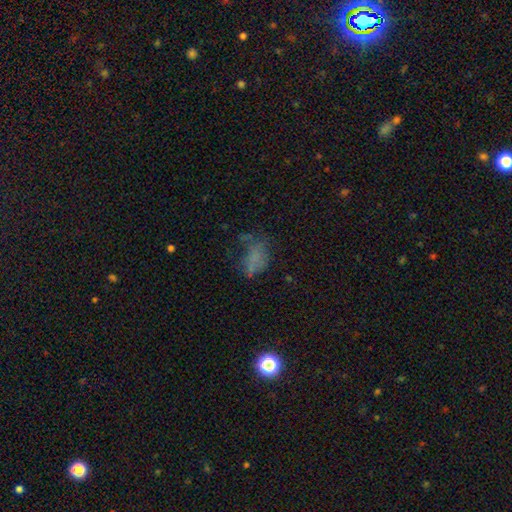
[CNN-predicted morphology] A smooth galaxy with no disk features (55%) that is in between round and cigar-shaped (81%). Merging: none (38%).